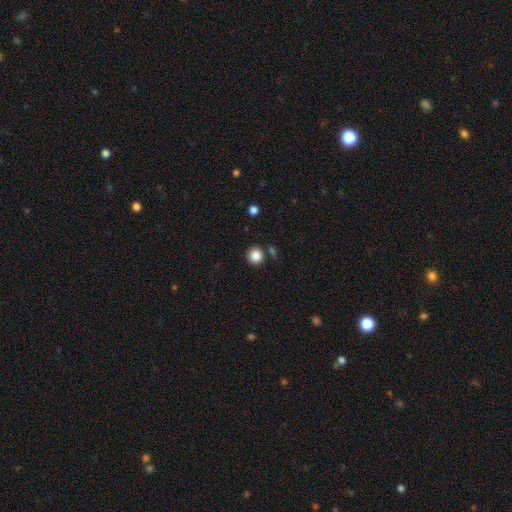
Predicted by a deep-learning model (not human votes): Smooth or featured? smooth (87%)
How rounded? round (92%)
Merging? none (84%)